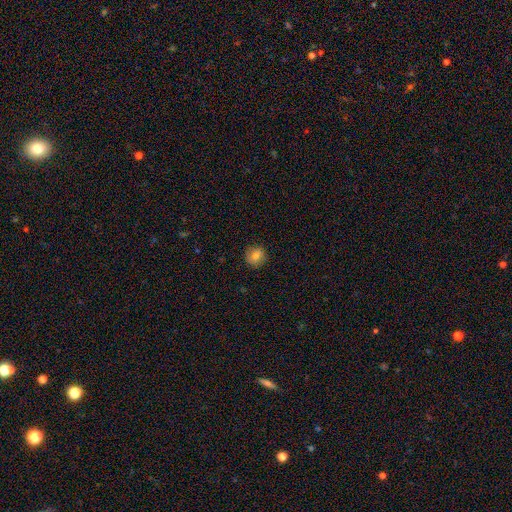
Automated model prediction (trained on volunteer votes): smooth_or_featured: smooth (p=0.77) [alt: featured or disk p=0.13]
how_rounded: round (p=0.91) [alt: in between p=0.08]
merging: none (p=0.88) [alt: minor disturbance p=0.09]